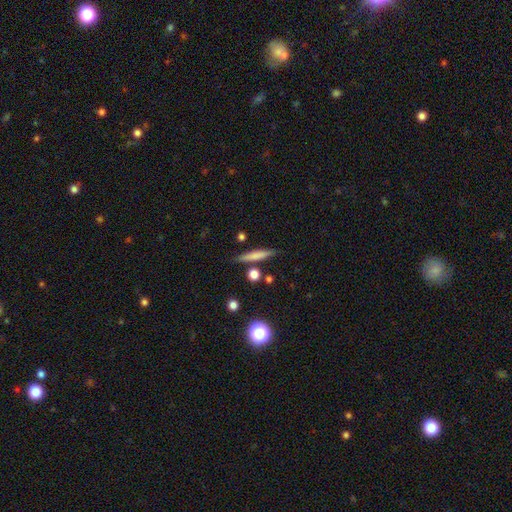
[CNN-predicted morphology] smooth-or-featured: smooth: 65% | featured or disk: 27% | star or artifact: 8%
  how-rounded: cigar-shaped: 88% | in between: 8% | round: 3%
  merging: none: 81% | minor disturbance: 11% | merger: 6% | major disturbance: 3%